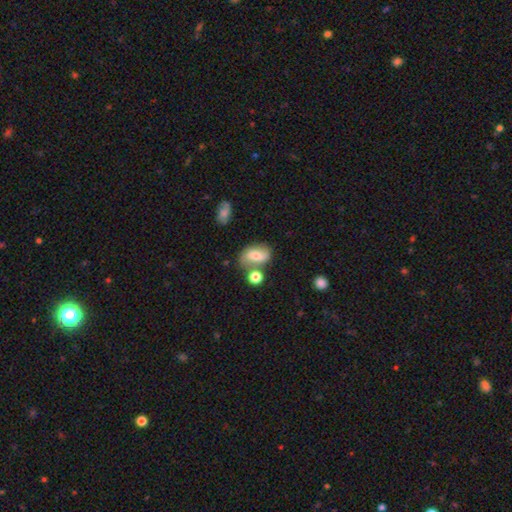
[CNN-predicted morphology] Smooth or featured? smooth (56%)
How rounded? in between (79%)
Merging? none (59%)